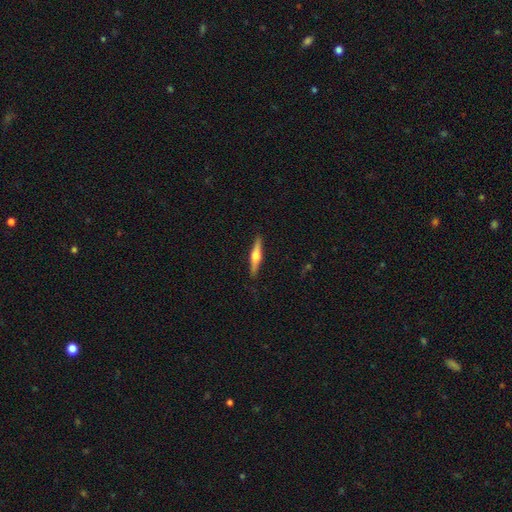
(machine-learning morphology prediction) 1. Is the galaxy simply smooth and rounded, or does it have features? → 68% featured or disk, 26% smooth, 5% star or artifact.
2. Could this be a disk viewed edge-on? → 98% yes, 2% no.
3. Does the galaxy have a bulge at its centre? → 93% rounded, 4% boxy, 3% none.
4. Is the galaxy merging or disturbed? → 90% none, 7% minor disturbance, 2% major disturbance, 1% merger.